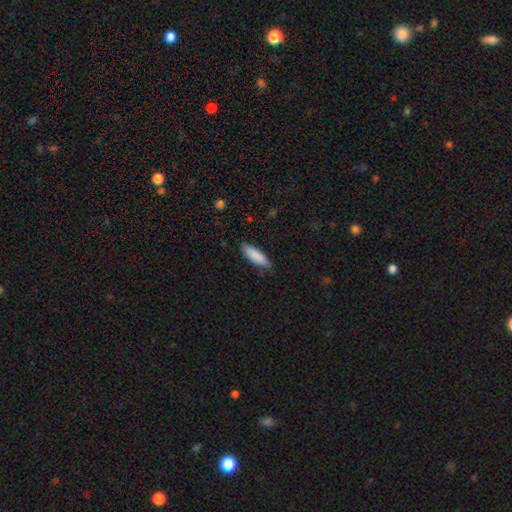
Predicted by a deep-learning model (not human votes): Smooth or featured: smooth — 88% (featured or disk — 7%)
How rounded: cigar-shaped — 56% (in between — 43%)
Merging: none — 84% (minor disturbance — 13%)